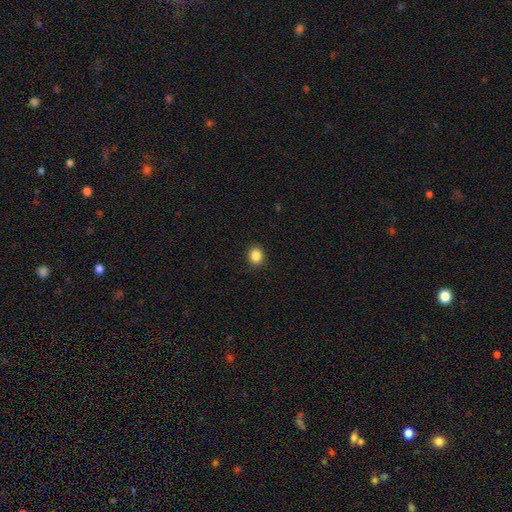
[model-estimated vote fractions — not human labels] A smooth galaxy with no disk features (86%) that is round (72%).

Vote fractions:
- Smooth or featured? smooth: 86% / star or artifact: 10% / featured or disk: 3%
- How rounded? round: 72% / in between: 28% / cigar-shaped: 1%
- Merging? none: 91% / minor disturbance: 6% / major disturbance: 2% / merger: 1%